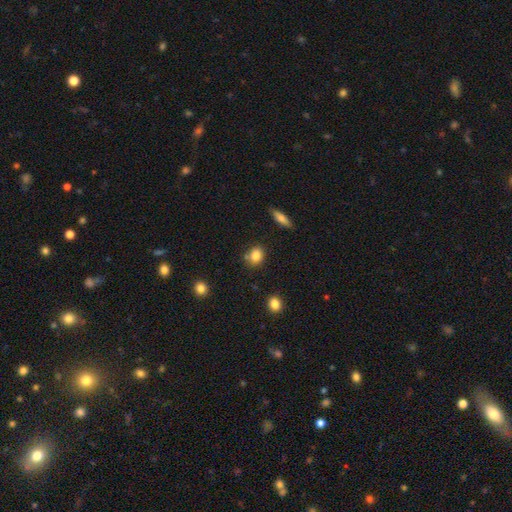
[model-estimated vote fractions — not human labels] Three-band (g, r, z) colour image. It shows a smooth galaxy with no disk features (83%) that is round (56%). Merging: none (72%).